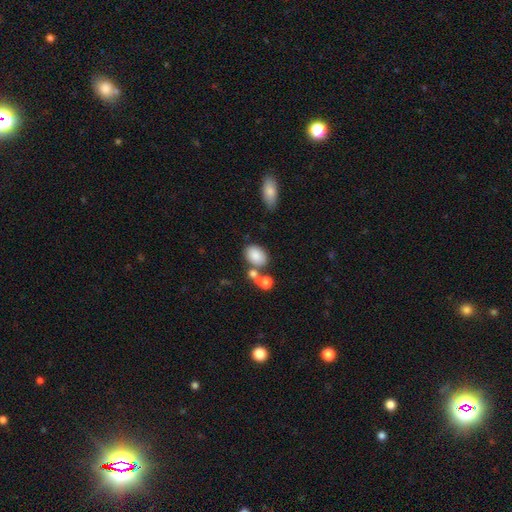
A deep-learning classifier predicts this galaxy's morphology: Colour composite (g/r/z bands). It shows a smooth galaxy with no disk features (83%) that is in between round and cigar-shaped (81%). Merging: none (57%).